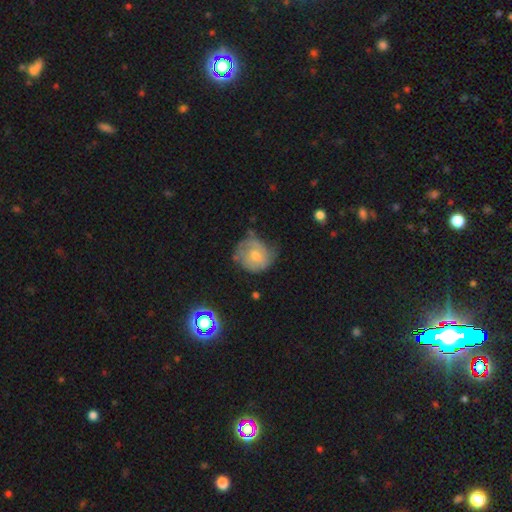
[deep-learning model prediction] Smooth or featured: smooth — 48% (featured or disk — 40%)
Merging: none — 50% (minor disturbance — 34%)